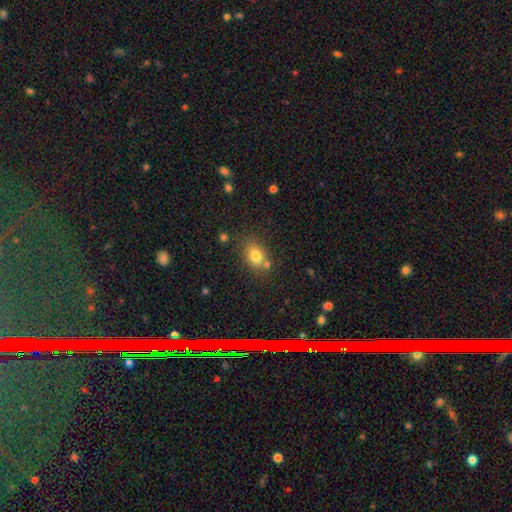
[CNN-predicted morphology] A smooth galaxy with no disk features (78%) that is in between round and cigar-shaped (60%).

Vote fractions:
- Smooth or featured? smooth: 78% / star or artifact: 12% / featured or disk: 11%
- How rounded? in between: 60% / round: 38% / cigar-shaped: 1%
- Merging? none: 72% / minor disturbance: 14% / merger: 10% / major disturbance: 4%